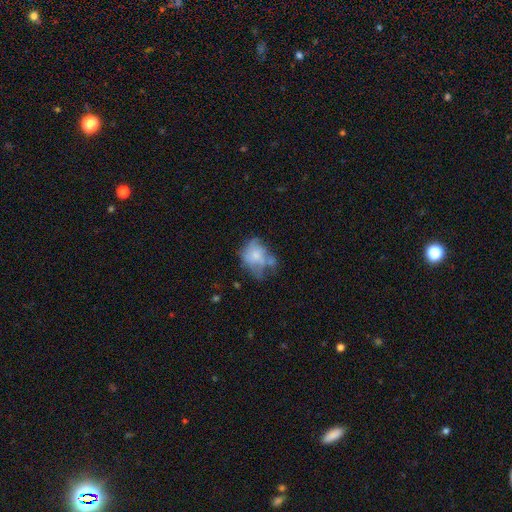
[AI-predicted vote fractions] Smooth or featured?
  - smooth: 52% *
  - featured or disk: 39%
  - star or artifact: 10%
How rounded?
  - in between: 65% *
  - round: 34%
  - cigar-shaped: 1%
Merging?
  - major disturbance: 29% *
  - minor disturbance: 26%
  - none: 26%
  - merger: 19%